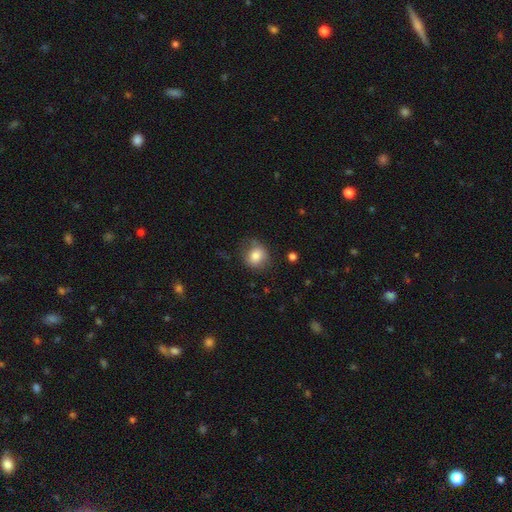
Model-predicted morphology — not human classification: Smooth or featured: smooth — 79% (featured or disk — 11%)
How rounded: round — 69% (in between — 30%)
Merging: none — 71% (minor disturbance — 20%)